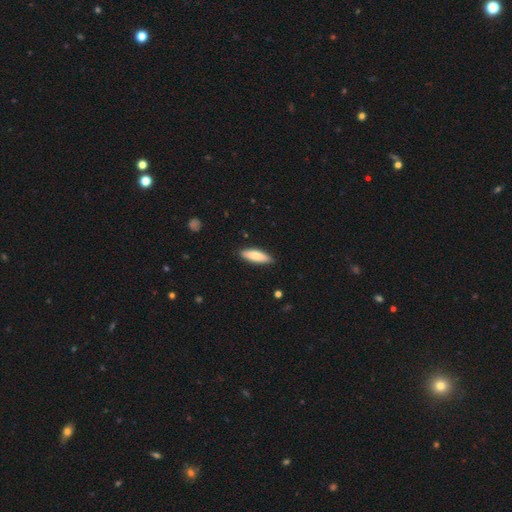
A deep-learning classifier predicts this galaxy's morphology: A smooth galaxy with no disk features (77%) that is in between round and cigar-shaped (51%). Merging: none (88%).